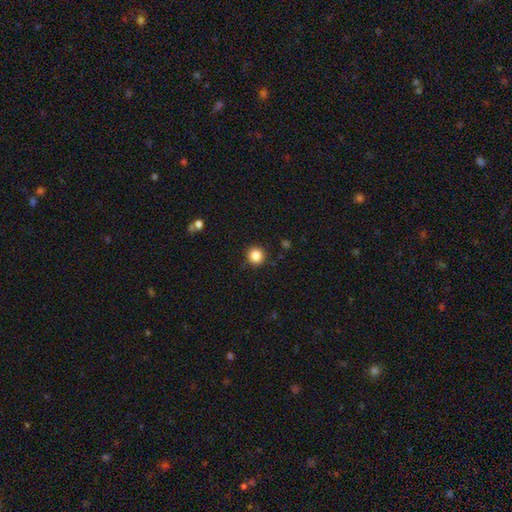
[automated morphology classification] smooth 85%, star or artifact 10%, featured or disk 4%. Down the decision tree: how rounded — round (94%); merging — none (91%).